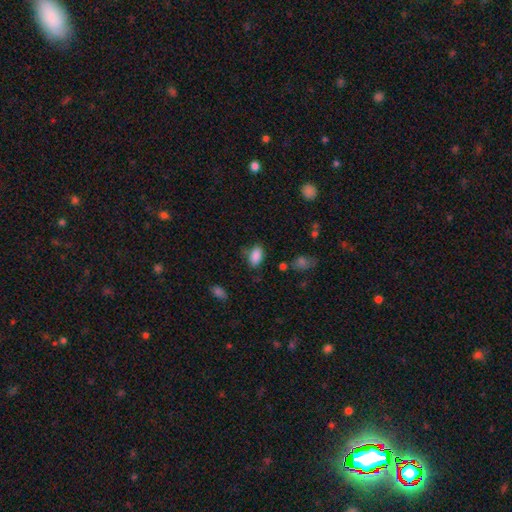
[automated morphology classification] This is clearly a smooth galaxy (87%). How rounded: clearly in between (92%). Merging: likely none (71%).